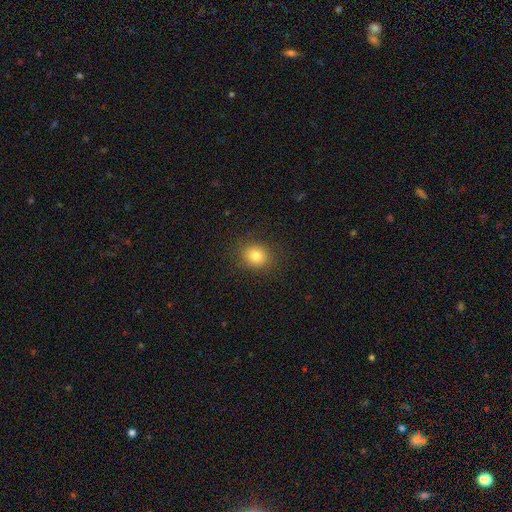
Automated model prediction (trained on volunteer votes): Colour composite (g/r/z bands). It shows a smooth galaxy with no disk features (80%) that is round (72%). Merging: none (88%).